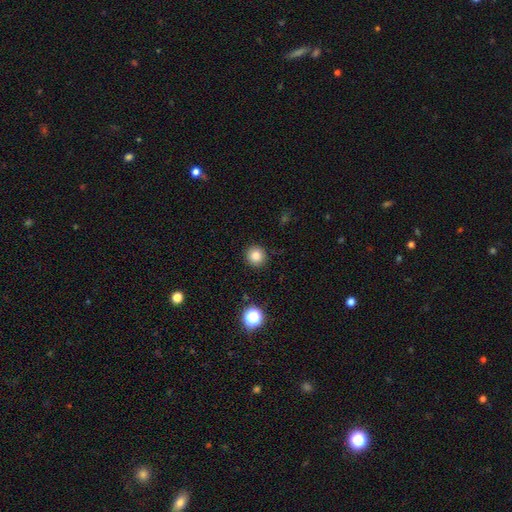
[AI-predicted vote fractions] This appears to be a smooth galaxy with no disk features (82%) that is round (94%). Merging: none (92%).